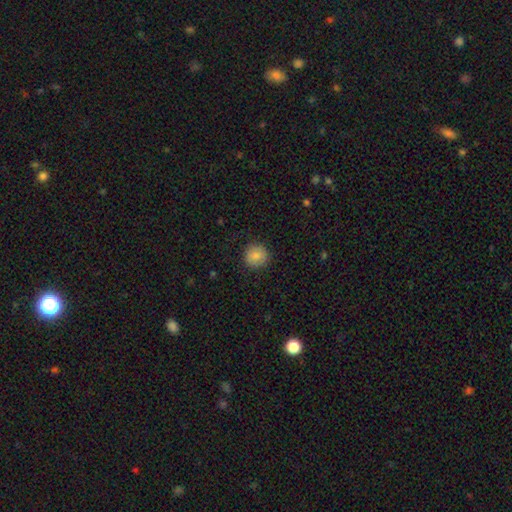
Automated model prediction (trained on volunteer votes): Smooth or featured? smooth (85%)
How rounded? round (92%)
Merging? none (88%)